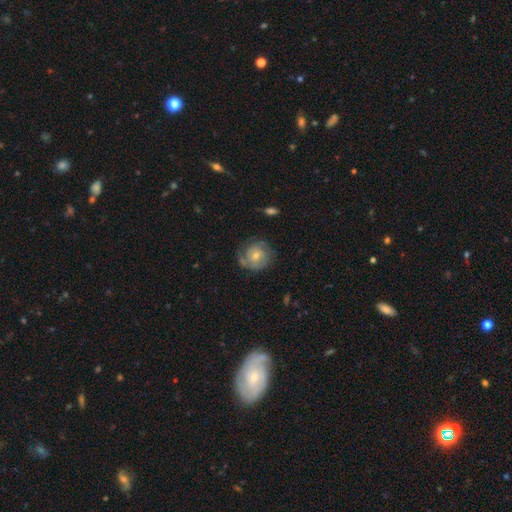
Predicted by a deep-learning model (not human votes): smooth_or_featured: featured or disk (p=0.69) [alt: smooth p=0.25]
disk_edge_on: no (p=0.98) [alt: yes p=0.02]
bar: no (p=0.68) [alt: weak p=0.28]
has_spiral_arms: yes (p=0.88) [alt: no p=0.12]
spiral_winding: tight (p=0.55) [alt: medium p=0.33]
spiral_arm_count: 2 (p=0.48) [alt: can't tell p=0.26]
bulge_size: small (p=0.52) [alt: moderate p=0.42]
merging: none (p=0.65) [alt: minor disturbance p=0.21]